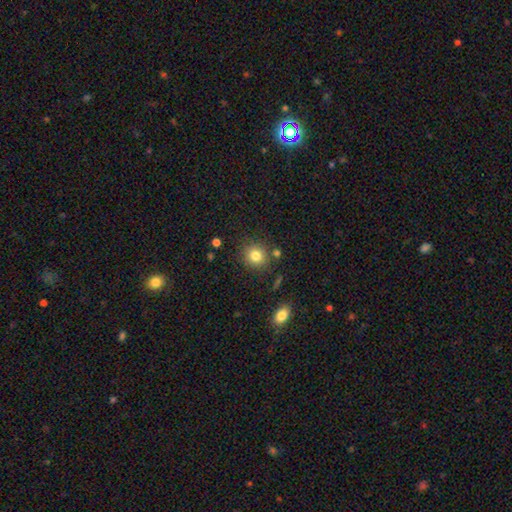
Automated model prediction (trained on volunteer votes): A smooth galaxy with no disk features (81%) that is round (85%).

Vote fractions:
- Smooth or featured? smooth: 81% / star or artifact: 11% / featured or disk: 7%
- How rounded? round: 85% / in between: 14% / cigar-shaped: 1%
- Merging? none: 83% / minor disturbance: 9% / merger: 5% / major disturbance: 3%